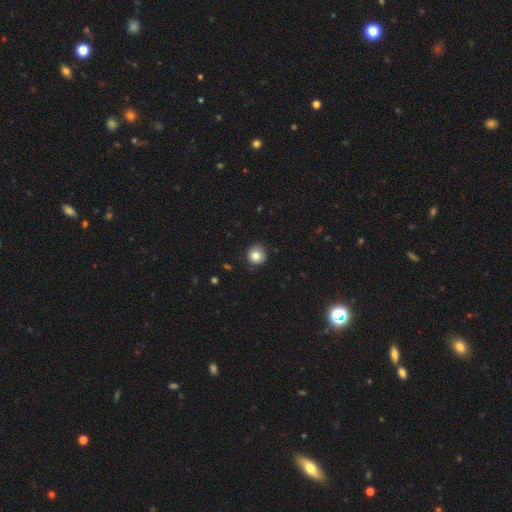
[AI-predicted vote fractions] Smooth or featured: smooth — 81% (star or artifact — 10%)
How rounded: round — 94% (in between — 5%)
Merging: none — 88% (minor disturbance — 9%)